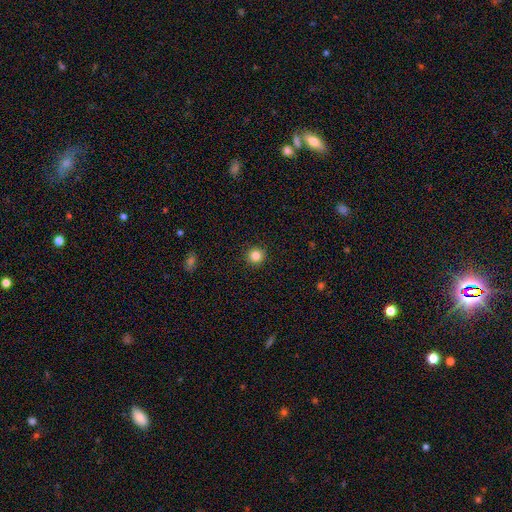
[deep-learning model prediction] A smooth galaxy with no disk features (85%) that is round (95%). Merging: none (92%).